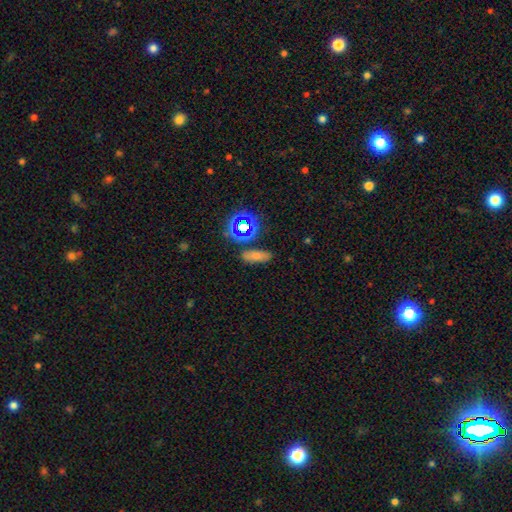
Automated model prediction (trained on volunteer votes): Smooth or featured? smooth (69%)
How rounded? in between (64%)
Merging? none (80%)